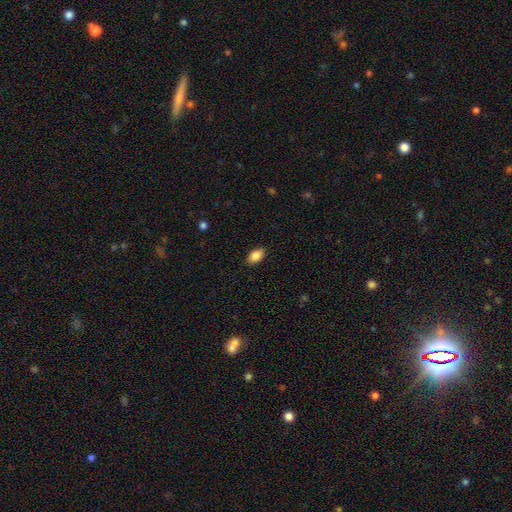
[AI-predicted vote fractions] Smooth or featured? smooth (86%)
How rounded? in between (91%)
Merging? none (87%)